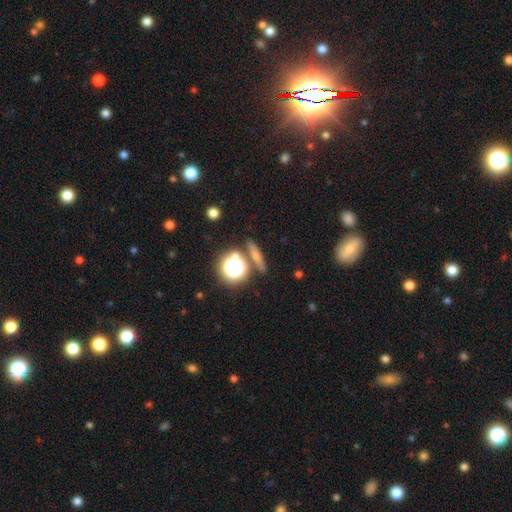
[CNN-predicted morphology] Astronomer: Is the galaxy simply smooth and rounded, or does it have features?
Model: smooth — 50% (runner-up: featured or disk, 28%).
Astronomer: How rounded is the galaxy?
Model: cigar-shaped — 47% (runner-up: round, 35%).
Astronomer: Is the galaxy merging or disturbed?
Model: none — 80%.